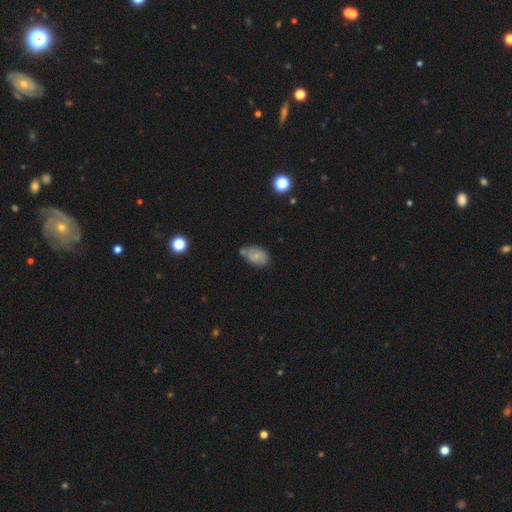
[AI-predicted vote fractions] smooth_or_featured: smooth (p=0.62) [alt: featured or disk p=0.28]
how_rounded: in between (p=0.86) [alt: round p=0.12]
merging: none (p=0.52) [alt: minor disturbance p=0.27]